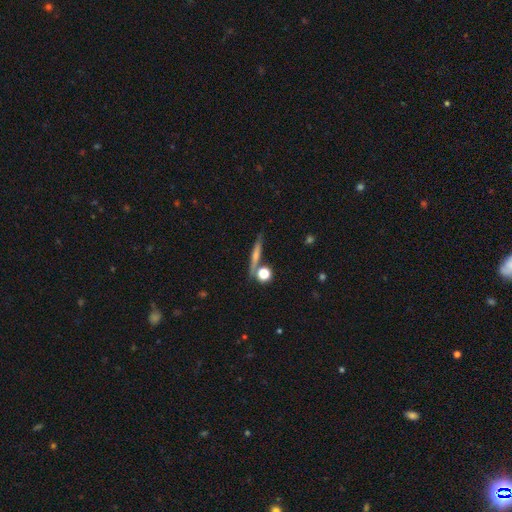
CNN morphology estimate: Smooth or featured?
  - smooth: 49% *
  - featured or disk: 41%
  - star or artifact: 10%
Merging?
  - none: 76% *
  - minor disturbance: 11%
  - merger: 10%
  - major disturbance: 4%